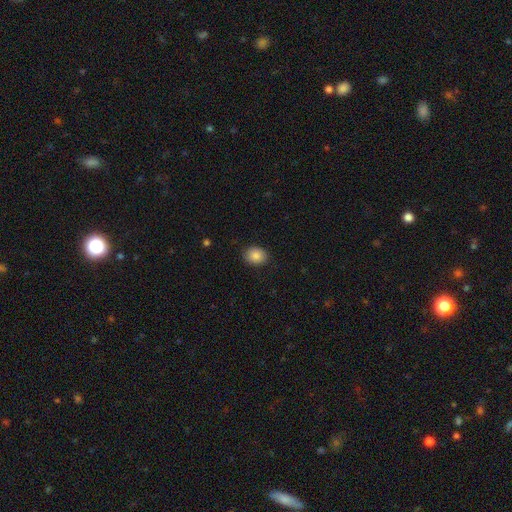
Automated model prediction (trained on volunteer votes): This appears to be a smooth galaxy with no disk features (86%) that is round (52%). Merging: none (87%).